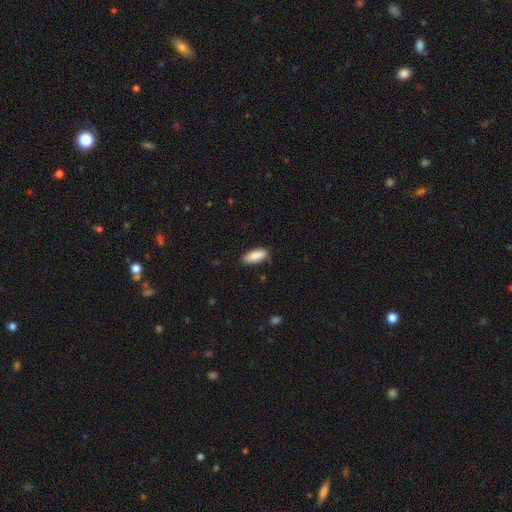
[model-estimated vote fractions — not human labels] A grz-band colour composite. It shows a smooth galaxy with no disk features (88%) that is in between round and cigar-shaped (78%). Merging: none (81%).